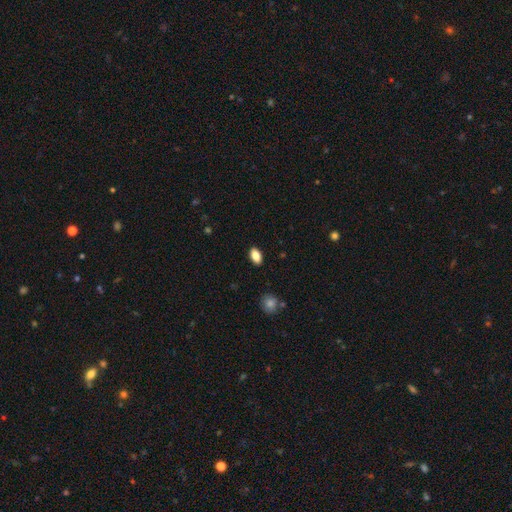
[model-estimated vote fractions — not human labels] Smooth or featured: smooth — 84% (star or artifact — 8%)
How rounded: in between — 90% (round — 6%)
Merging: none — 89% (minor disturbance — 8%)